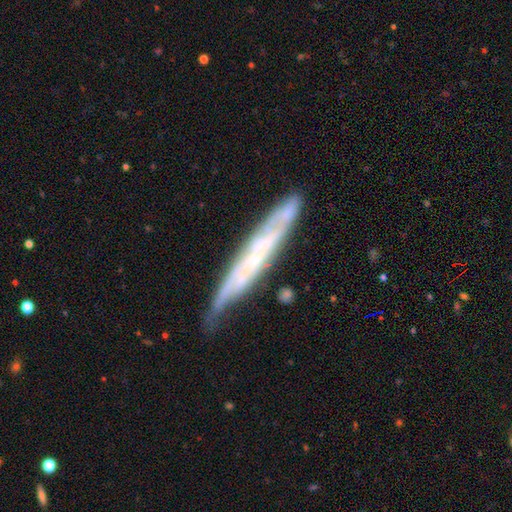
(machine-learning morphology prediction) type=featured or disk (69%); edge-on=yes (70%); merging=none (67%).